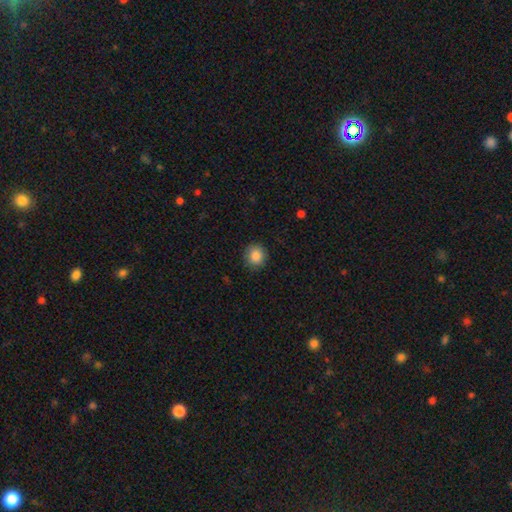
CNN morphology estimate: A smooth galaxy with no disk features (88%) that is round (88%). Merging: none (88%).